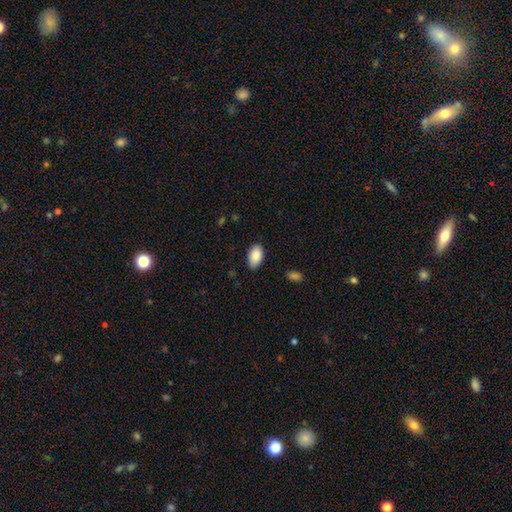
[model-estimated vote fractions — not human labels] Smooth or featured: smooth — 87% (star or artifact — 6%)
How rounded: in between — 94% (round — 4%)
Merging: none — 85% (minor disturbance — 12%)